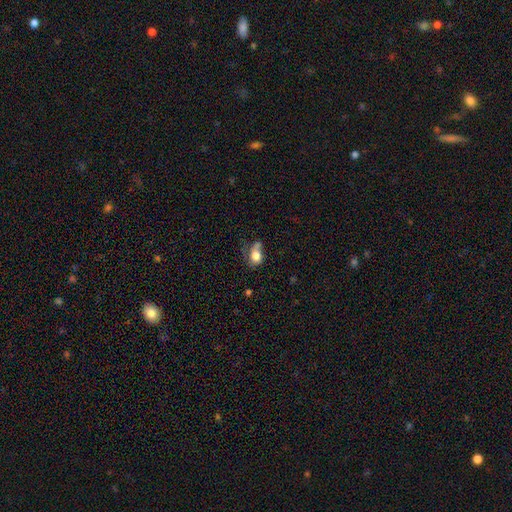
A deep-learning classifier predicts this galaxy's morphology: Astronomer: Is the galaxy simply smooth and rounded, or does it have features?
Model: smooth — 72%.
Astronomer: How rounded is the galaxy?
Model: in between — 64%.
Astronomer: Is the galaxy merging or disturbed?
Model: none — 31% (runner-up: major disturbance, 29%).